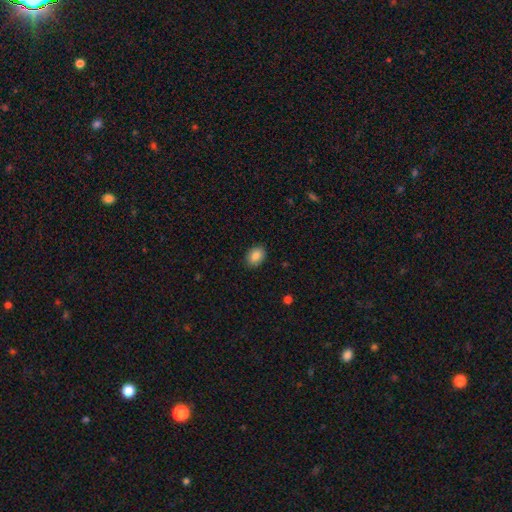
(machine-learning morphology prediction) This is clearly a smooth galaxy (87%). How rounded: likely in between (66%). Merging: clearly none (89%).